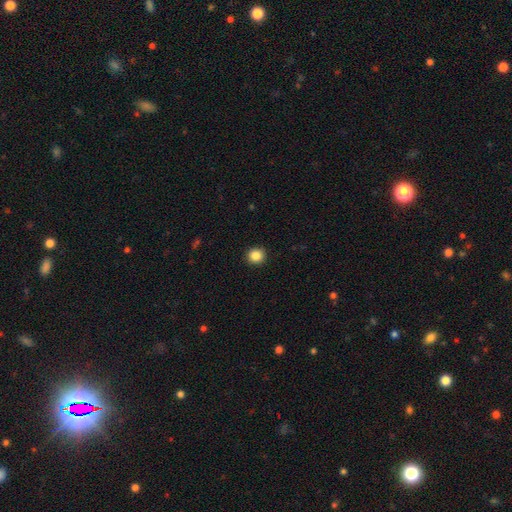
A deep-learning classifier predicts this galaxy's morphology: Smooth or featured: smooth — 86% (star or artifact — 10%)
How rounded: round — 90% (in between — 9%)
Merging: none — 92% (minor disturbance — 5%)